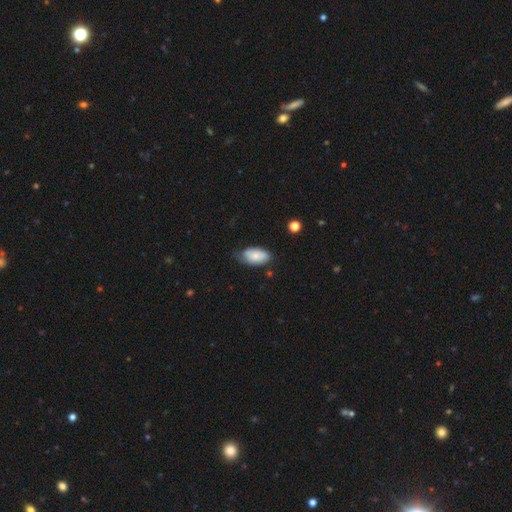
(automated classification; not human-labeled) This appears to be a smooth galaxy with no disk features (68%) that is in between round and cigar-shaped (93%). Merging: none (53%).